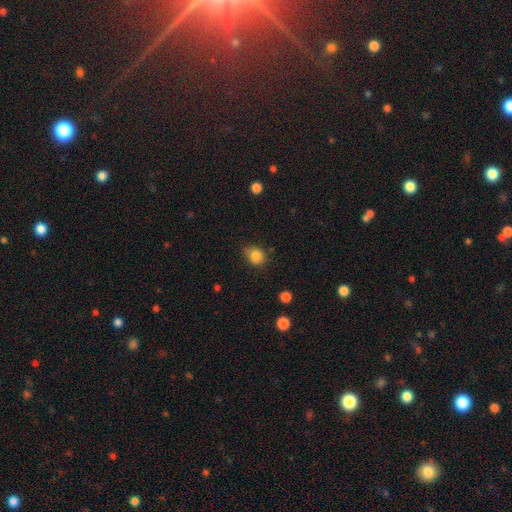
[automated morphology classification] This is clearly a smooth galaxy (84%). How rounded: likely round (64%). Merging: likely none (66%).